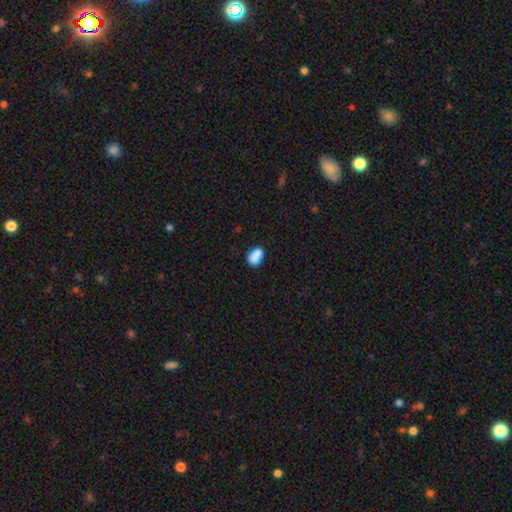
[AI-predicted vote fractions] Smooth or featured?
  - smooth: 84% *
  - star or artifact: 9%
  - featured or disk: 7%
How rounded?
  - in between: 84% *
  - round: 14%
  - cigar-shaped: 2%
Merging?
  - none: 61% *
  - minor disturbance: 22%
  - merger: 11%
  - major disturbance: 6%